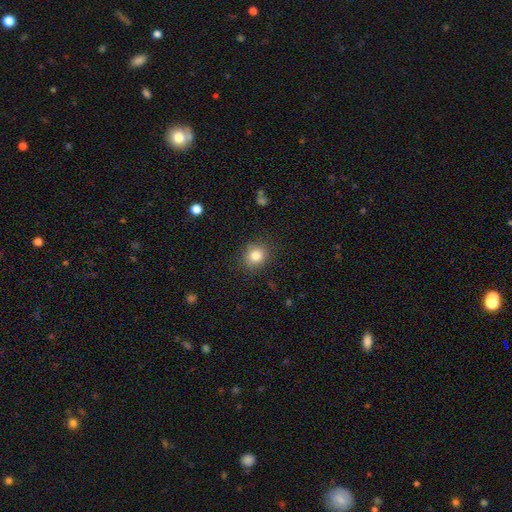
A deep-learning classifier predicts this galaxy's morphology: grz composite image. It shows a smooth galaxy with no disk features (83%) that is round (79%). Merging: none (86%).